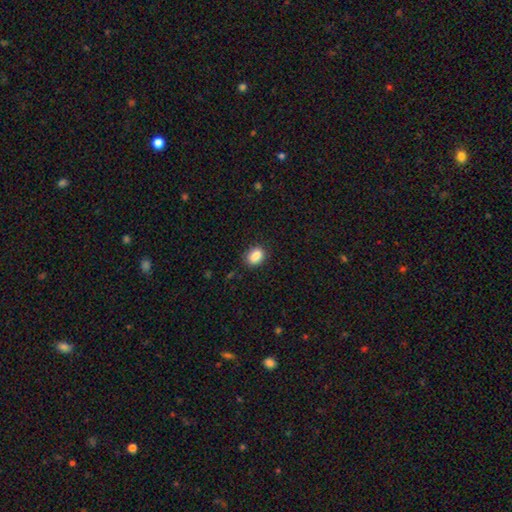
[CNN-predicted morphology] This is clearly a smooth galaxy (86%). How rounded: likely in between (71%). Merging: clearly none (82%).